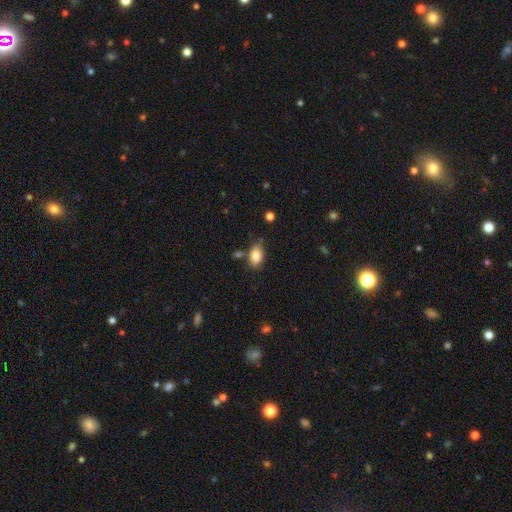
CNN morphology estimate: smooth_or_featured: smooth (p=0.85) [alt: star or artifact p=0.08]
how_rounded: in between (p=0.89) [alt: round p=0.09]
merging: none (p=0.69) [alt: minor disturbance p=0.19]